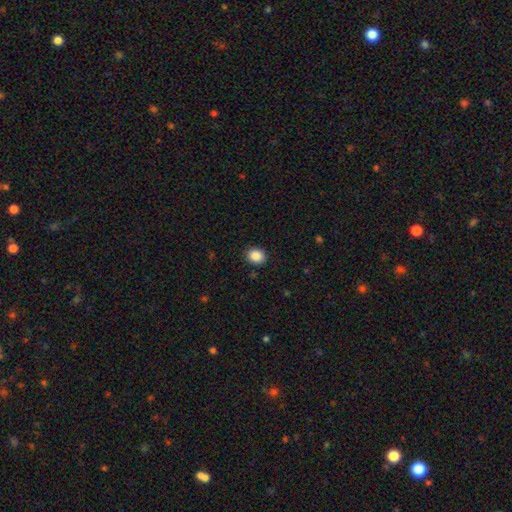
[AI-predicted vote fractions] A smooth galaxy with no disk features (88%) that is round (59%).

Vote fractions:
- Smooth or featured? smooth: 88% / star or artifact: 9% / featured or disk: 3%
- How rounded? round: 59% / in between: 40% / cigar-shaped: 1%
- Merging? none: 90% / minor disturbance: 7% / major disturbance: 2% / merger: 1%